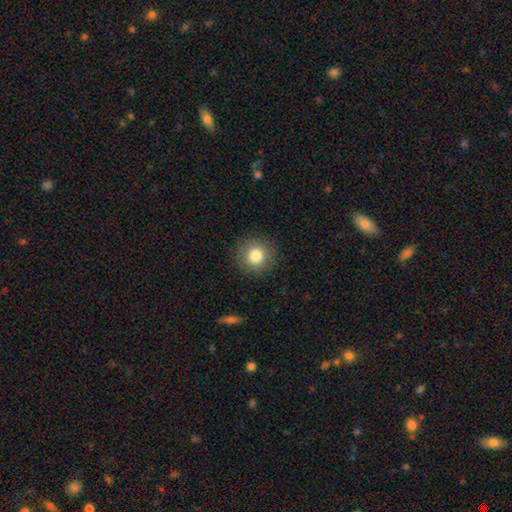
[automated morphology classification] smooth_or_featured: smooth (p=0.82) [alt: star or artifact p=0.10]
how_rounded: round (p=0.94) [alt: in between p=0.06]
merging: none (p=0.90) [alt: minor disturbance p=0.06]